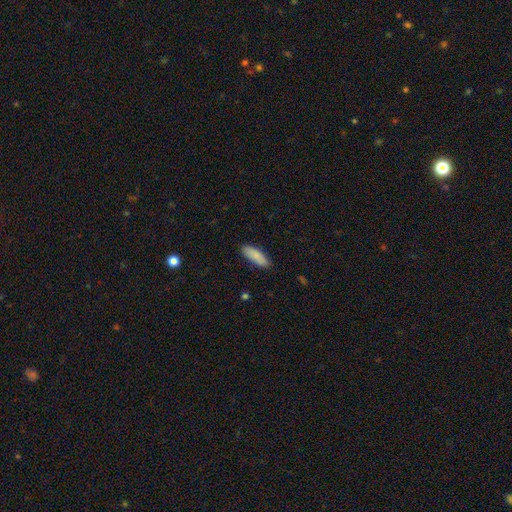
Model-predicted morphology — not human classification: type=smooth (87%); roundness=in between (64%); merging=none (87%).